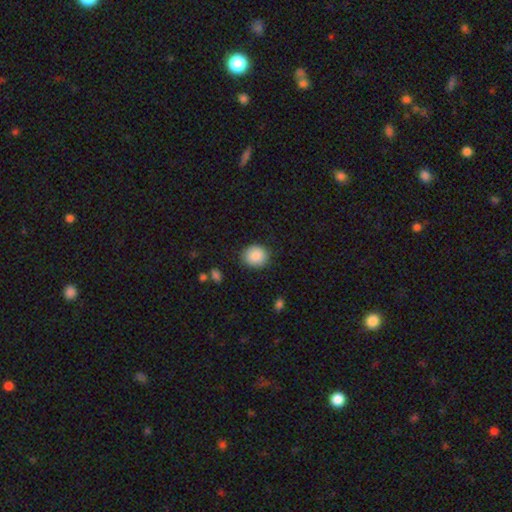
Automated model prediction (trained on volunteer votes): smooth 87%, star or artifact 8%, featured or disk 5%. Down the decision tree: how rounded — round (79%); merging — none (86%).